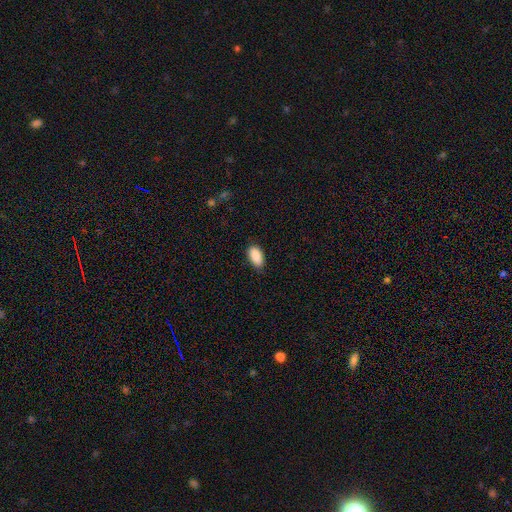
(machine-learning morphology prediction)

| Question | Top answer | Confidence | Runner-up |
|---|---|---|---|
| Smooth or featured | smooth | 90% | star or artifact (7%) |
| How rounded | in between | 94% | round (3%) |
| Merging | none | 82% | minor disturbance (14%) |